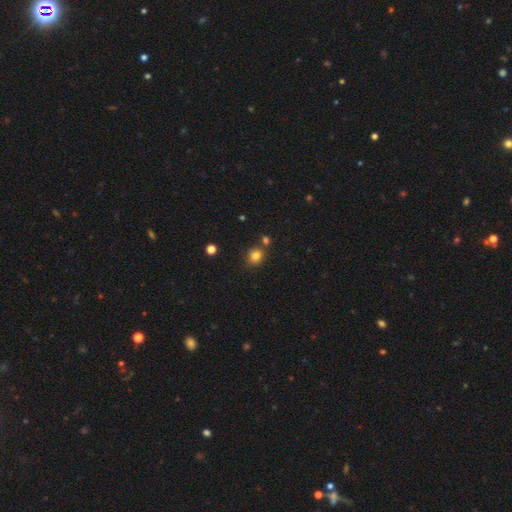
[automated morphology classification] A smooth galaxy with no disk features (81%) that is round (82%).

Vote fractions:
- Smooth or featured? smooth: 81% / star or artifact: 13% / featured or disk: 6%
- How rounded? round: 82% / in between: 17% / cigar-shaped: 1%
- Merging? none: 72% / merger: 14% / minor disturbance: 11% / major disturbance: 3%